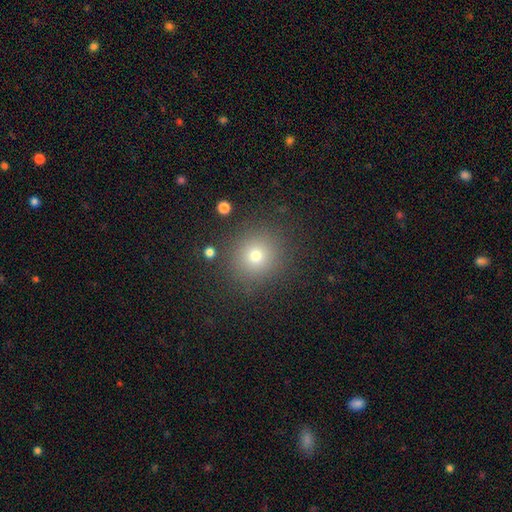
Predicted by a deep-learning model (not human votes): Smooth or featured: smooth — 72% (star or artifact — 19%)
How rounded: round — 92% (in between — 7%)
Merging: none — 88% (minor disturbance — 7%)